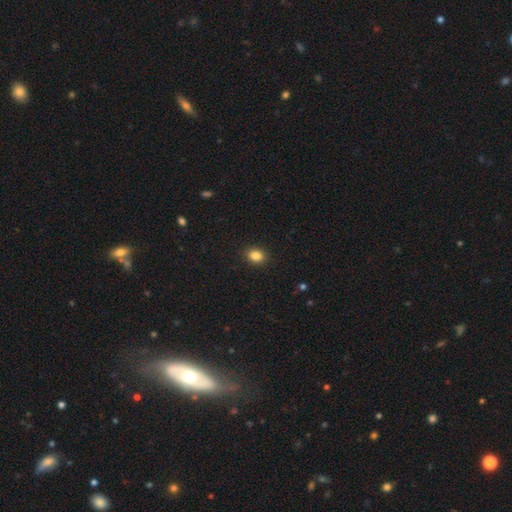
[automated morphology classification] smooth_or_featured: smooth (p=0.86) [alt: star or artifact p=0.10]
how_rounded: in between (p=0.54) [alt: round p=0.45]
merging: none (p=0.90) [alt: minor disturbance p=0.07]